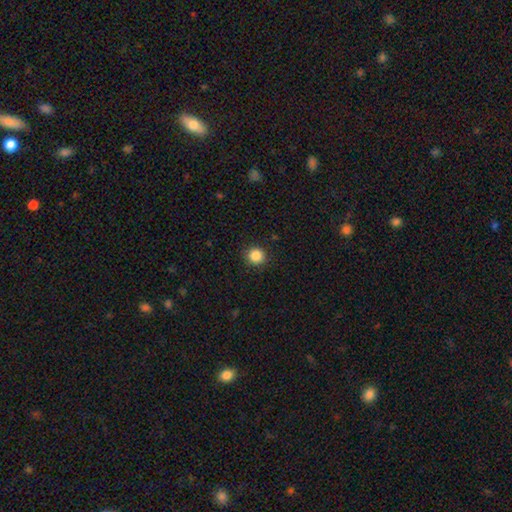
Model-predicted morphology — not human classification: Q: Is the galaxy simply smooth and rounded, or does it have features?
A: smooth — 86%.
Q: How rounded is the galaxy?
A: round — 91%.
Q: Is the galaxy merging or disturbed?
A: none — 91%.